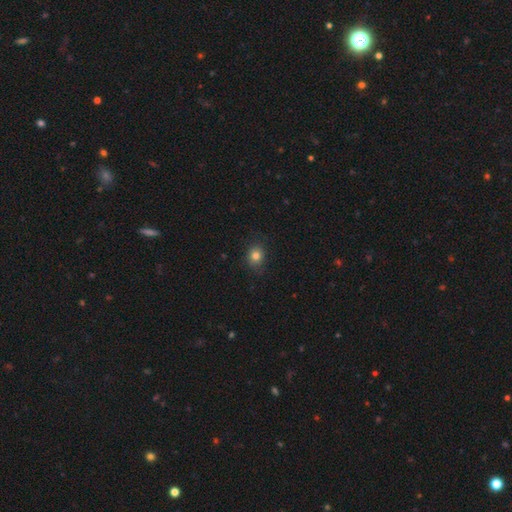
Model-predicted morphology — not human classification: type=smooth (81%); roundness=round (70%); merging=none (83%).